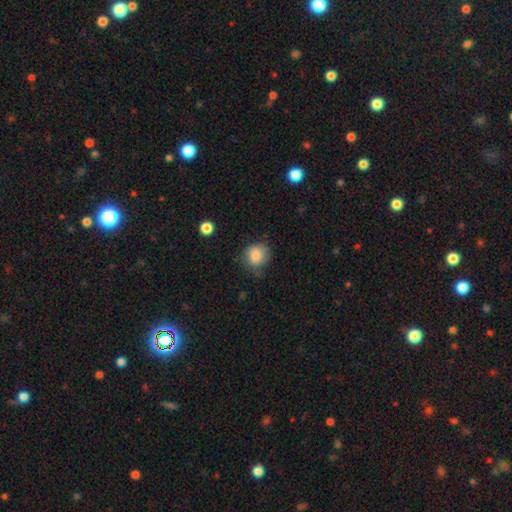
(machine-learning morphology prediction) Smooth or featured? smooth (83%)
How rounded? round (78%)
Merging? none (66%)